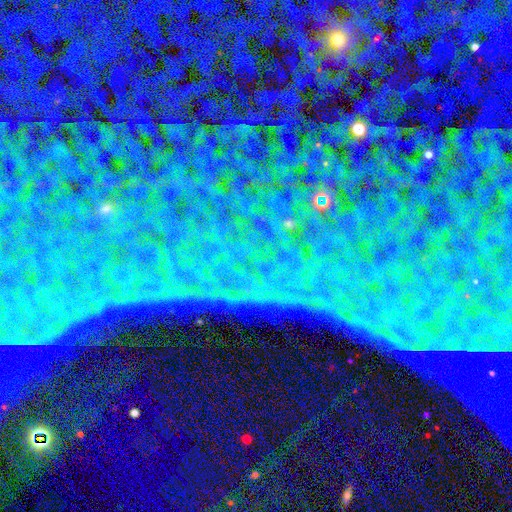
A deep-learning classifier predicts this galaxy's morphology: This is clearly a star or artifact rather than a galaxy (87%).